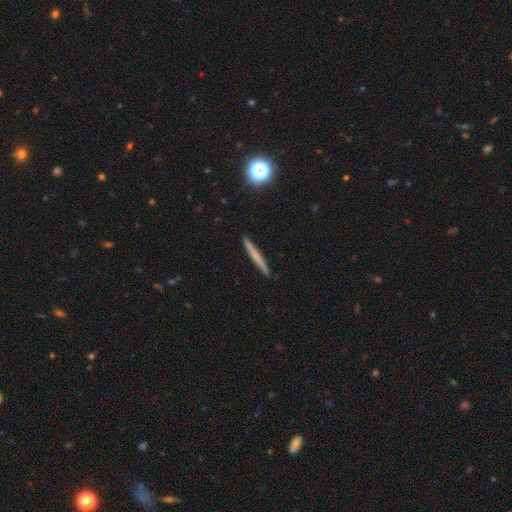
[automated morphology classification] This appears to be a smooth galaxy with no disk features (56%) that is cigar-shaped (95%). Merging: none (92%).